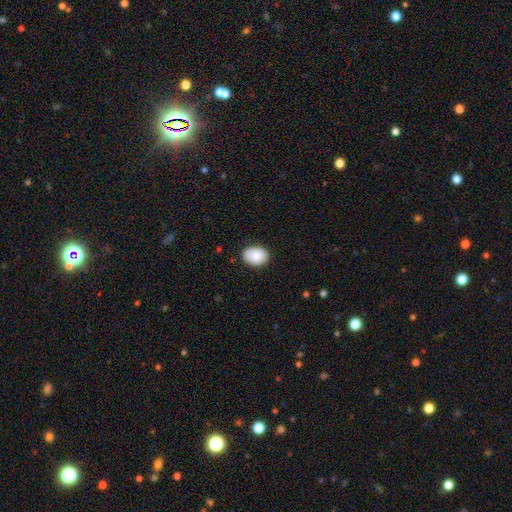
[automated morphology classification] The model was most divided on "how rounded": in between: 66%, round: 33%, cigar-shaped: 1%. More confident: smooth or featured — smooth (84%); merging — none (82%).